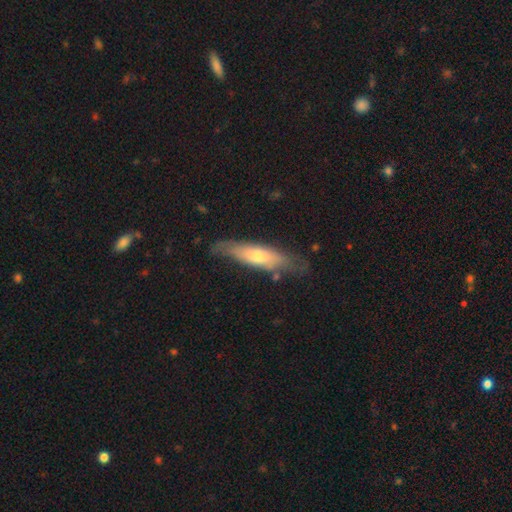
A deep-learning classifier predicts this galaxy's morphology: Q: Smooth or featured?
A: smooth (54%); runner-up: featured or disk (41%)
Q: How rounded?
A: cigar-shaped (68%); runner-up: in between (30%)
Q: Merging?
A: none (71%); runner-up: minor disturbance (21%)